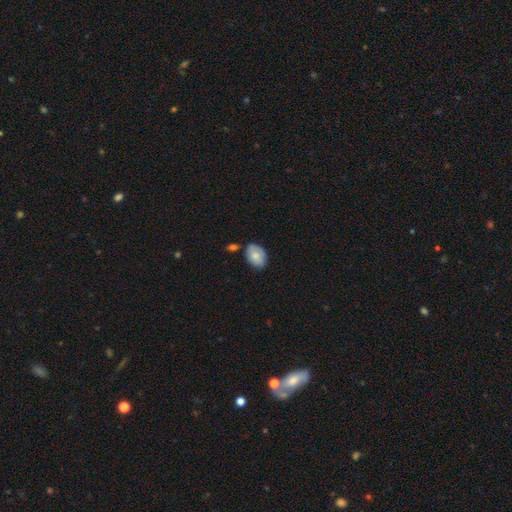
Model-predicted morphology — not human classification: Smooth or featured: smooth — 77% (featured or disk — 17%)
How rounded: in between — 84% (round — 15%)
Merging: none — 68% (minor disturbance — 21%)